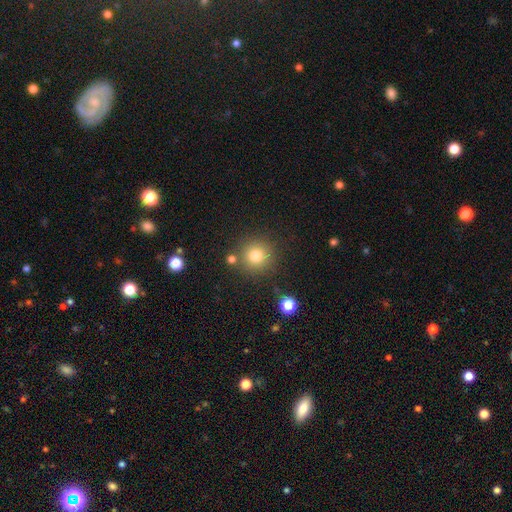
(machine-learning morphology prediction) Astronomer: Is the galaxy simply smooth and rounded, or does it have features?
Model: smooth — 79%.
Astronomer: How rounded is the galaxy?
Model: round — 94%.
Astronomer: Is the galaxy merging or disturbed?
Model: none — 83%.